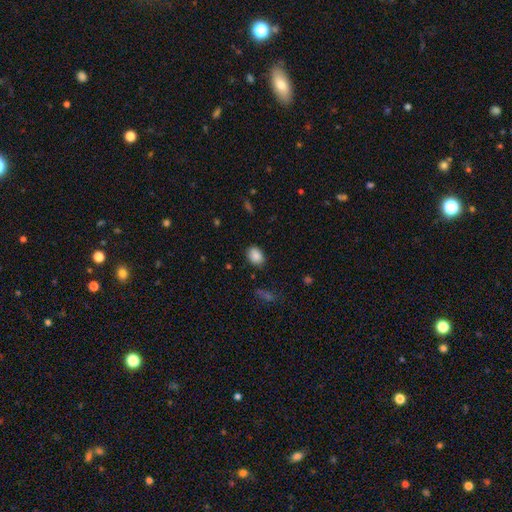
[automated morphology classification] smooth 87%, star or artifact 8%, featured or disk 5%. Down the decision tree: how rounded — in between (75%); merging — none (80%).